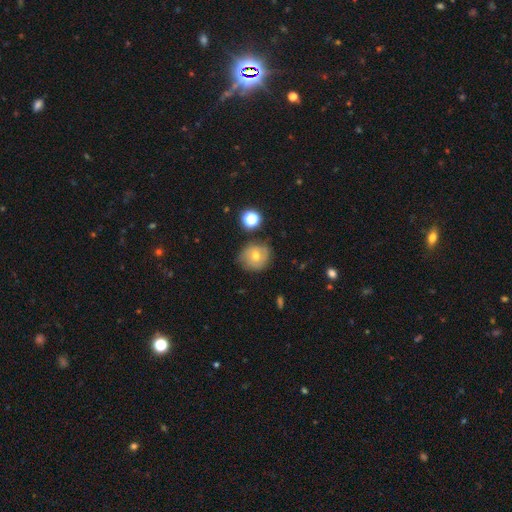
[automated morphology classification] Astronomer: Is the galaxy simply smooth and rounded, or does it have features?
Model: smooth — 56% (runner-up: featured or disk, 31%).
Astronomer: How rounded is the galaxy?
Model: round — 83%.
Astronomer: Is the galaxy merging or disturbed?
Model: none — 73%.